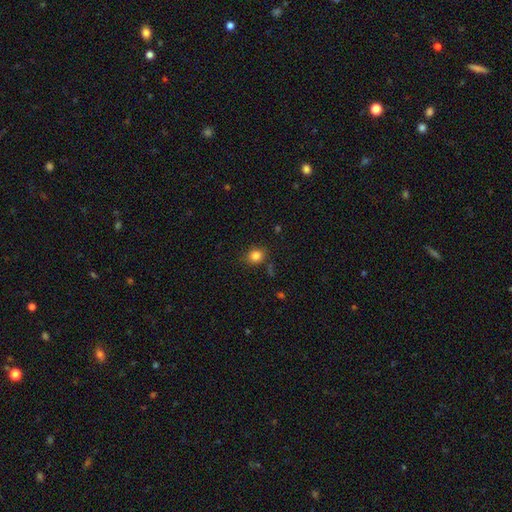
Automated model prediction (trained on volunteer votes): smooth-or-featured: smooth: 83% | star or artifact: 12% | featured or disk: 5%
  how-rounded: round: 73% | in between: 26% | cigar-shaped: 1%
  merging: none: 79% | minor disturbance: 14% | major disturbance: 4% | merger: 3%